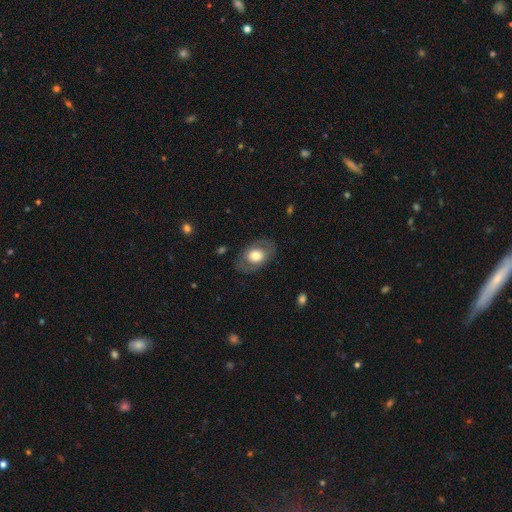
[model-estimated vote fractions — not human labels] Smooth or featured? smooth (56%)
How rounded? in between (76%)
Merging? none (79%)